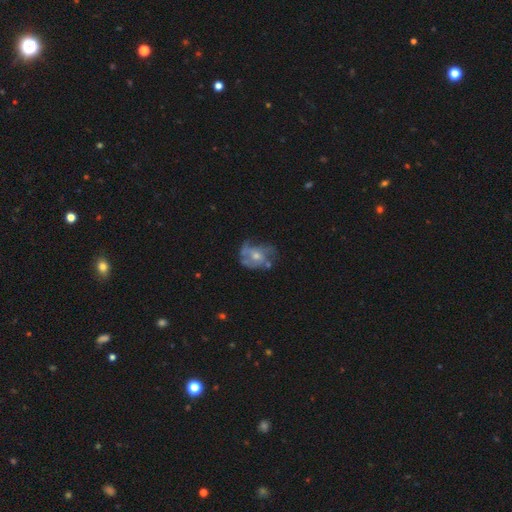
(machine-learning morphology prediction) The model was most divided on "spiral arms": yes: 52%, no: 48%. Remaining: edge-on disk — no (97%); bar — no (80%); smooth or featured — featured or disk (63%); bulge size — moderate (51%); merging — none (41%).